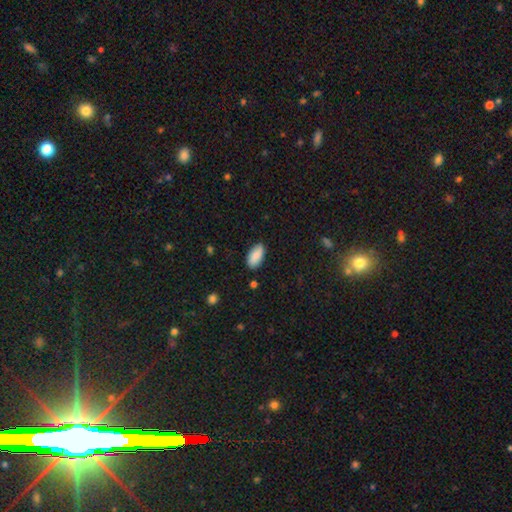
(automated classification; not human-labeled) This is clearly a smooth galaxy (88%). How rounded: clearly in between (93%). Merging: clearly none (84%).